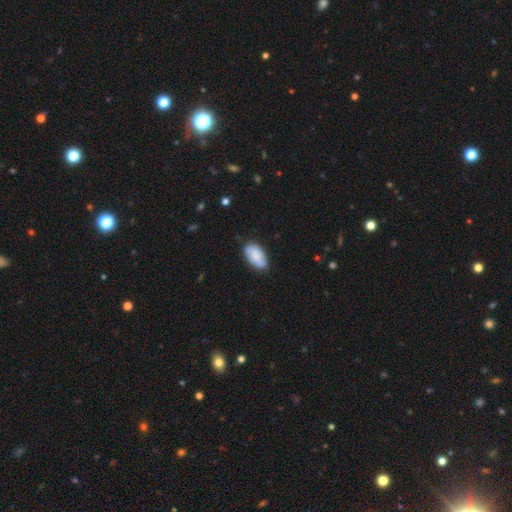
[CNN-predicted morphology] smooth 73%, featured or disk 20%, star or artifact 6%. Down the decision tree: how rounded — in between (94%); merging — none (79%).